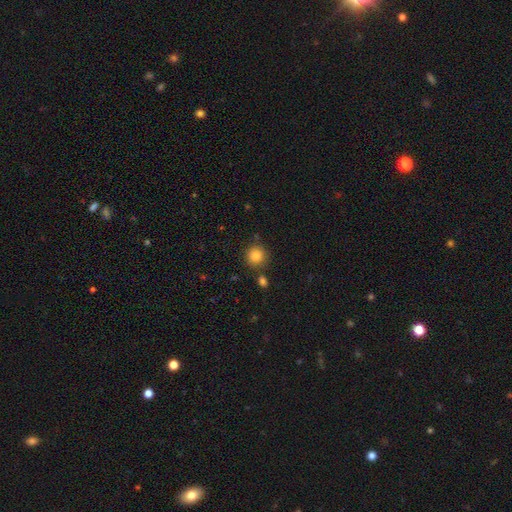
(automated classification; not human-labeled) The model was most divided on "smooth or featured": smooth: 84%, star or artifact: 10%, featured or disk: 6%. More confident: how rounded — round (93%); merging — none (82%).